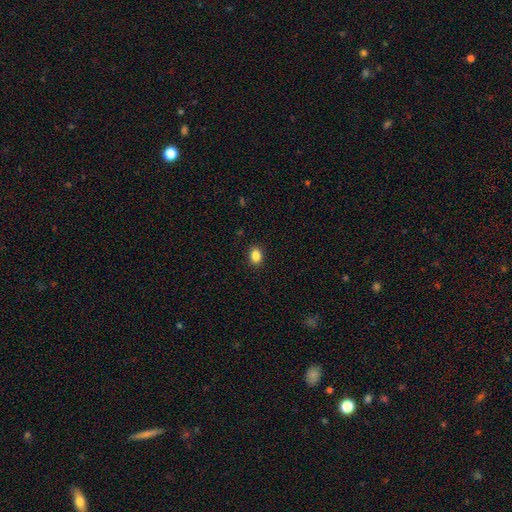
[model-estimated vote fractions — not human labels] The model was most divided on "how rounded": in between: 64%, round: 35%, cigar-shaped: 1%. More confident: merging — none (90%); smooth or featured — smooth (85%).